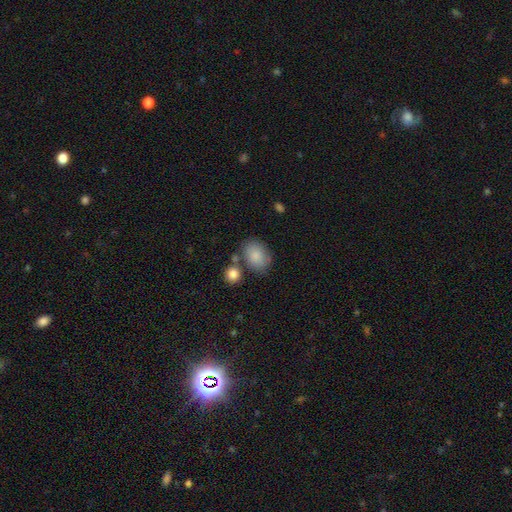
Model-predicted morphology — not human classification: smooth_or_featured: smooth (p=0.85) [alt: featured or disk p=0.08]
how_rounded: in between (p=0.72) [alt: round p=0.27]
merging: none (p=0.67) [alt: minor disturbance p=0.17]